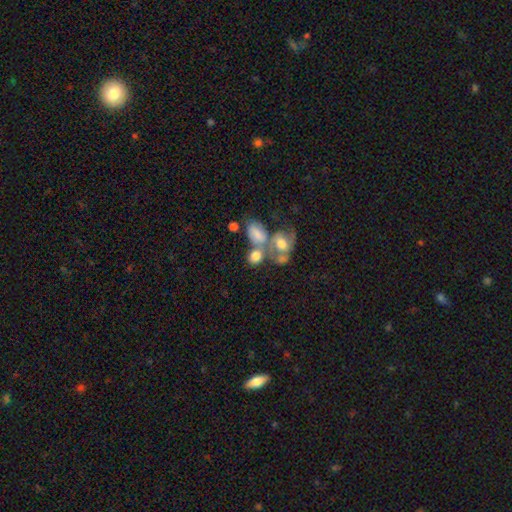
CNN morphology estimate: This is likely a smooth galaxy (70%). How rounded: possibly in between (57%). Merging: possibly merger (50%).